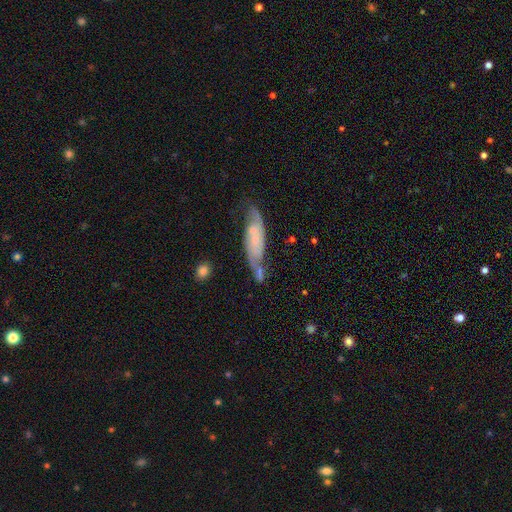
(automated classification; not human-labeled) The model was most divided on "spiral winding": medium: 42%, tight: 30%, loose: 27%. More confident: spiral arms — yes (88%); edge-on disk — no (82%); spiral arm count — 2 (77%); smooth or featured — featured or disk (71%); bulge size — small (70%); bar — no (62%); merging — none (50%).